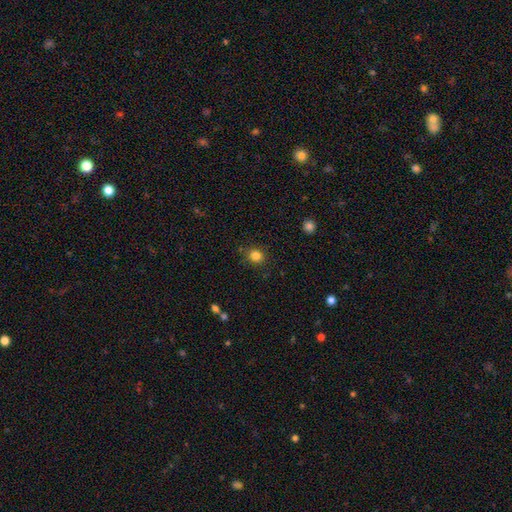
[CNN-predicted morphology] Smooth or featured: smooth — 83% (star or artifact — 12%)
How rounded: round — 82% (in between — 17%)
Merging: none — 88% (minor disturbance — 8%)